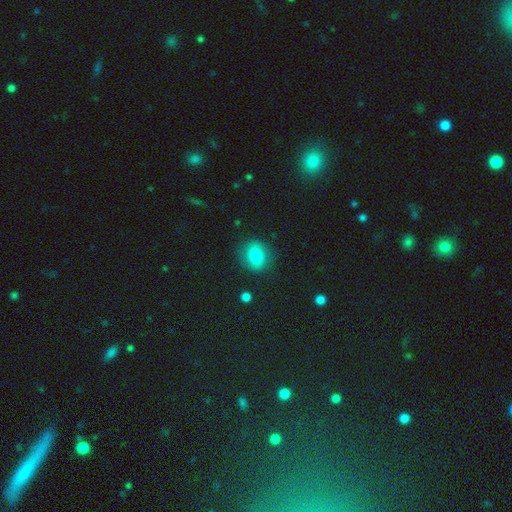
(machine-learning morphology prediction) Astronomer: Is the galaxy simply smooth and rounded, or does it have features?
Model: smooth — 80%.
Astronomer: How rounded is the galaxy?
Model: round — 56% (runner-up: in between, 42%).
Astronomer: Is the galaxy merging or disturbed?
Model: none — 81%.